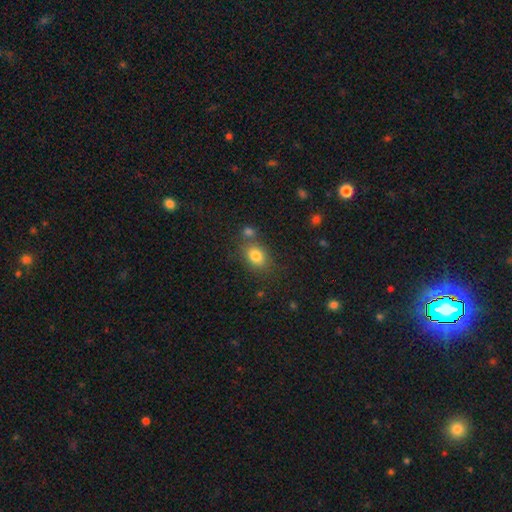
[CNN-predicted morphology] A smooth galaxy with no disk features (81%) that is in between round and cigar-shaped (70%). Merging: none (66%).